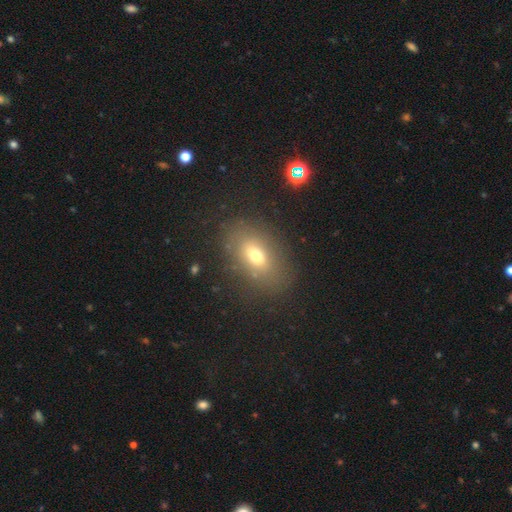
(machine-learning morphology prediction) Smooth or featured? Predicted: smooth (p=0.66). How rounded? Predicted: in between (p=0.81). Merging? Predicted: none (p=0.81).